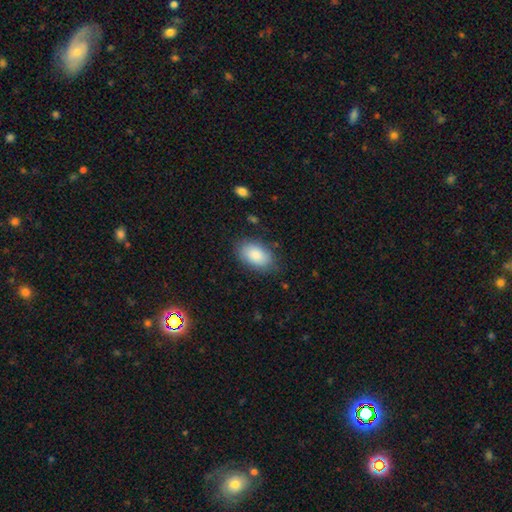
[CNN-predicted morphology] A smooth galaxy with no disk features (86%) that is in between round and cigar-shaped (91%). Merging: none (80%).